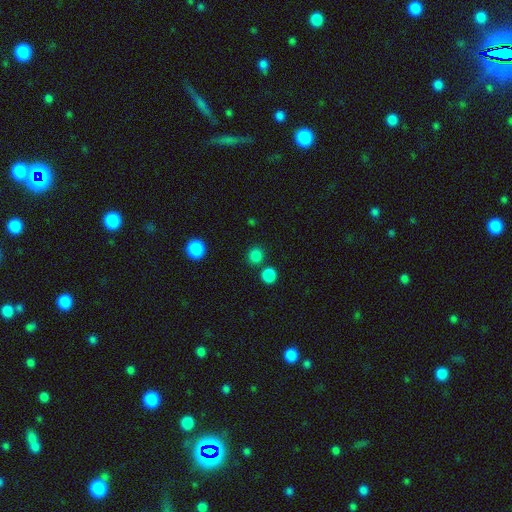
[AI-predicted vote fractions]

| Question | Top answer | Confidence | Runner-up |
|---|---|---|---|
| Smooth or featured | smooth | 83% | star or artifact (14%) |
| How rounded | round | 89% | in between (10%) |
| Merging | none | 80% | merger (10%) |